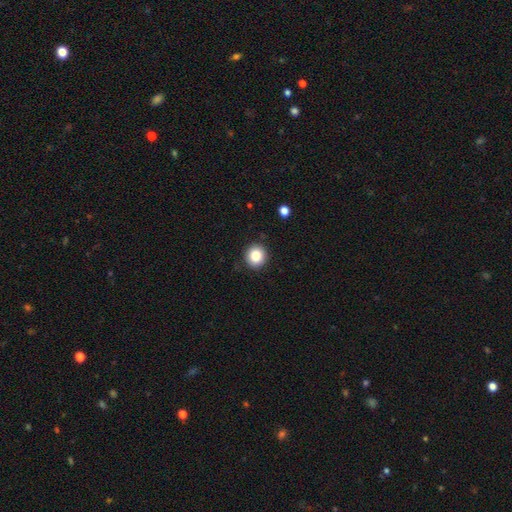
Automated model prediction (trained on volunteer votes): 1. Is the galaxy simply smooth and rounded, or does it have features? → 85% smooth, 10% star or artifact, 6% featured or disk.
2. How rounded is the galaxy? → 90% round, 9% in between, 1% cigar-shaped.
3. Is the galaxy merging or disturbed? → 90% none, 7% minor disturbance, 2% major disturbance, 1% merger.